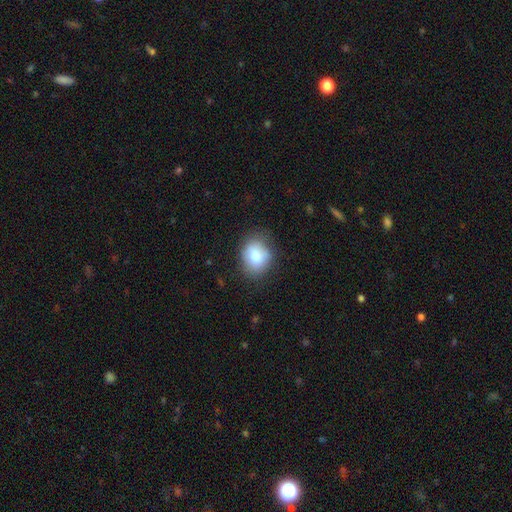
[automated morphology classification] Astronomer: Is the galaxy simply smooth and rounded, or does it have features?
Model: smooth — 83%.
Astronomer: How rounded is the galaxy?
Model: in between — 52% (runner-up: round, 47%).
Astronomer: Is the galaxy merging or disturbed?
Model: none — 67%.